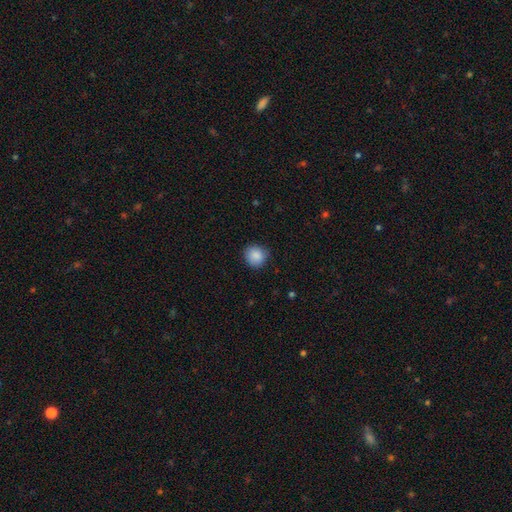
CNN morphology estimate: type=smooth (88%); roundness=round (88%); merging=none (85%).